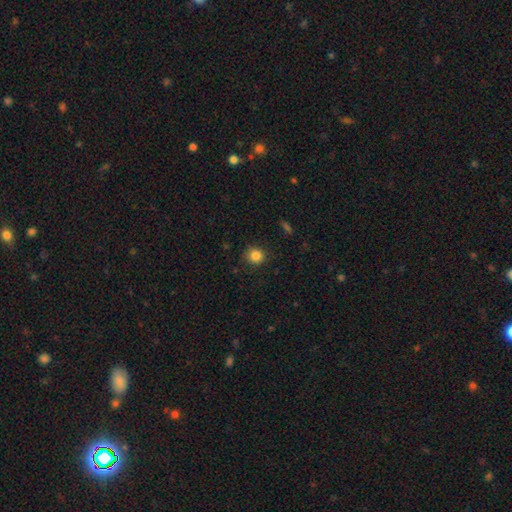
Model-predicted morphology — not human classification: type=smooth (84%); roundness=round (87%); merging=none (86%).